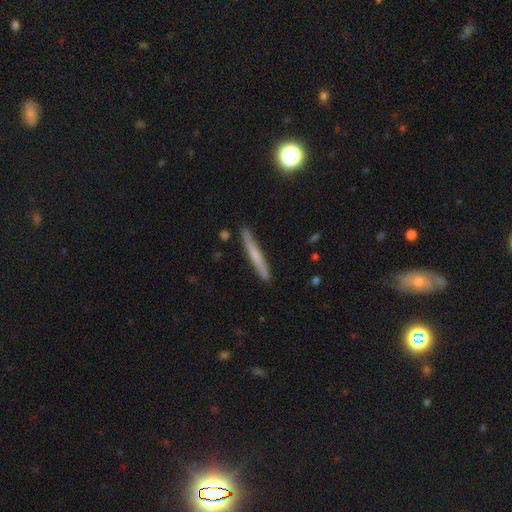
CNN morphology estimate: The model was most divided on "smooth or featured": smooth: 52%, featured or disk: 41%, star or artifact: 7%. More confident: how rounded — cigar-shaped (96%); merging — none (89%).